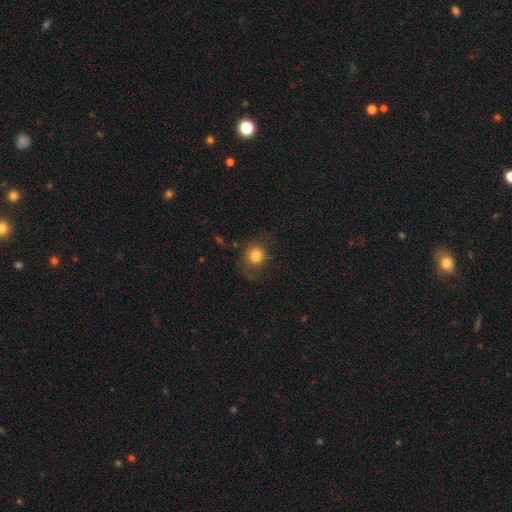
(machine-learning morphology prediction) Overall: smooth (79%). How rounded: round (78%). Merging: none (69%).